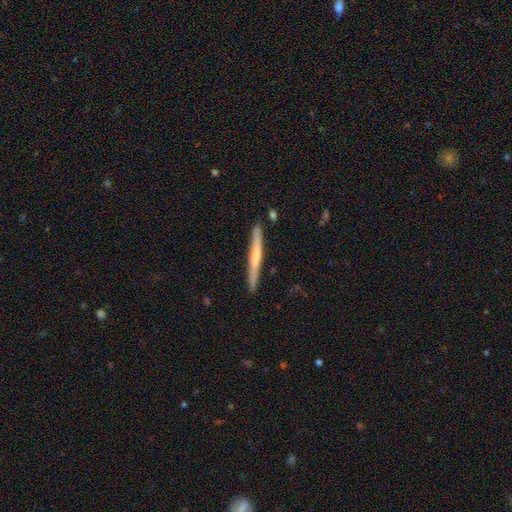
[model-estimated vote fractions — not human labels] Smooth or featured? Predicted: featured or disk (p=0.48). Merging? Predicted: none (p=0.88).